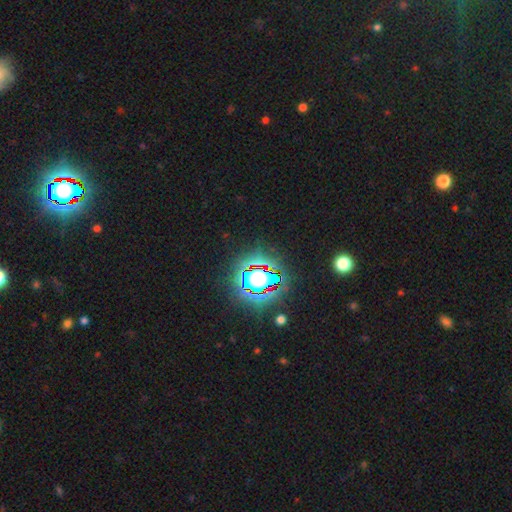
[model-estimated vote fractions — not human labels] Smooth or featured? Predicted: star or artifact (p=0.83).